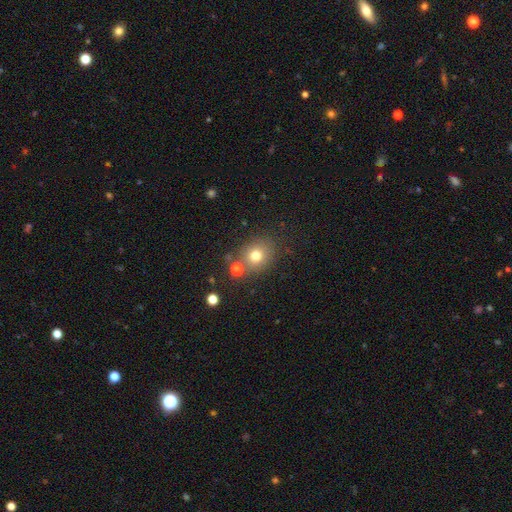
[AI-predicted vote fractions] A smooth galaxy with no disk features (74%) that is round (68%). Merging: none (73%).